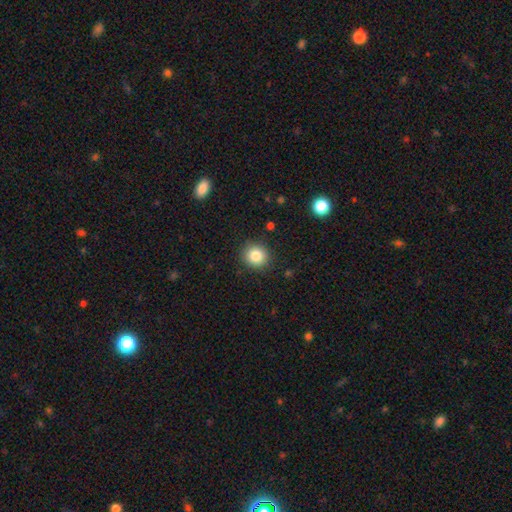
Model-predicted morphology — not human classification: Q: Smooth or featured?
A: smooth (84%); runner-up: star or artifact (10%)
Q: How rounded?
A: round (89%); runner-up: in between (10%)
Q: Merging?
A: none (90%); runner-up: minor disturbance (7%)